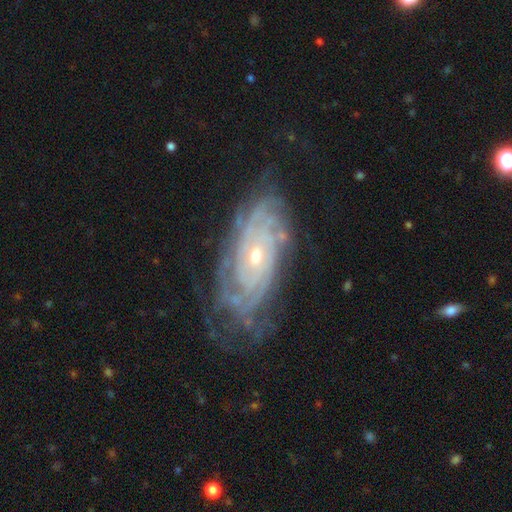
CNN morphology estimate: type=featured or disk (88%); edge-on=no (94%); bar=no (73%); spiral arms=yes (97%); winding=tight (82%); arm count=can't tell (36%); bulge=small (62%); merging=none (71%).